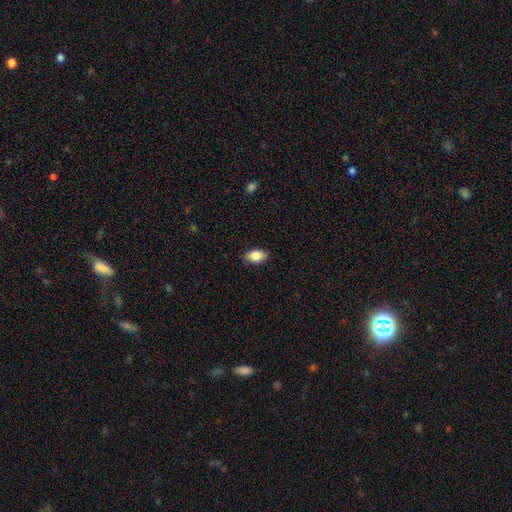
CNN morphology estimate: smooth 86%, star or artifact 7%, featured or disk 6%. Down the decision tree: how rounded — in between (90%); merging — none (87%).